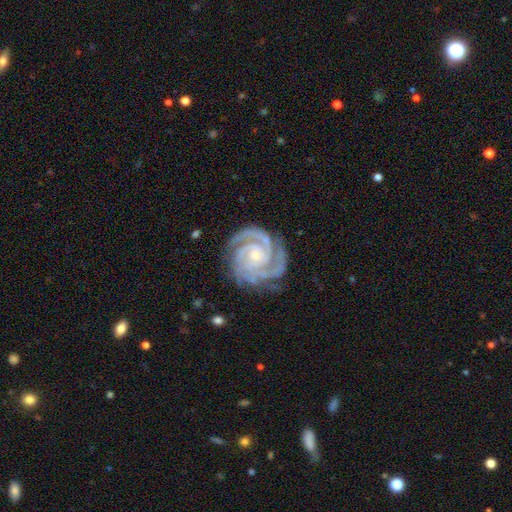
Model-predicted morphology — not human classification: A featured or disk galaxy (93%) with no bar (69%), 3 (39%) tight (80%) spiral arms (99%) and a small central bulge (71%).

Vote fractions:
- Smooth or featured? featured or disk: 93% / star or artifact: 4% / smooth: 3%
- Edge-on disk? no: 98% / yes: 2%
- Bar? no: 69% / weak: 21% / strong: 9%
- Spiral arms? yes: 99% / no: 1%
- Spiral winding? tight: 80% / medium: 18% / loose: 2%
- Spiral arm count? 3: 39% / 2: 35% / 4: 10% / can't tell: 7% / more than 4: 5% / 1: 5%
- Bulge size? small: 71% / moderate: 24% / none: 3% / large: 2% / dominant: 1%
- Merging? none: 79% / minor disturbance: 15% / major disturbance: 4% / merger: 1%